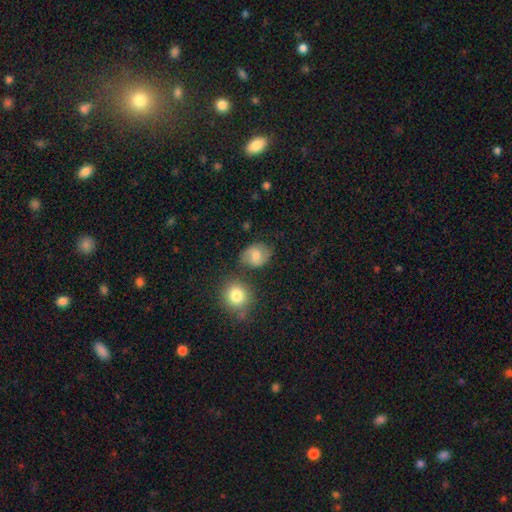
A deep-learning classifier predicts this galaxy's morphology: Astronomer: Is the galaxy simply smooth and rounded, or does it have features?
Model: smooth — 62%.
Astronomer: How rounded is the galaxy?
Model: round — 50% (runner-up: in between, 49%).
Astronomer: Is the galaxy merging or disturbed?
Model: none — 67%.